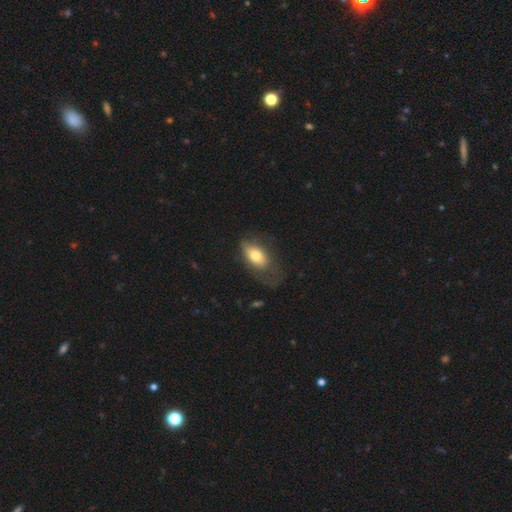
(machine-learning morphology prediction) This is likely a smooth galaxy (68%). How rounded: clearly in between (89%). Merging: marginally none (39%).